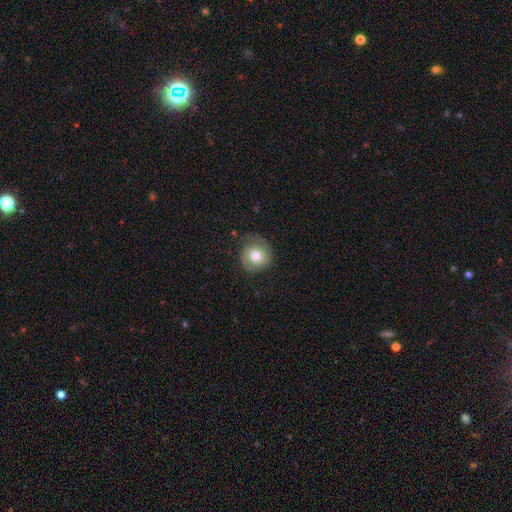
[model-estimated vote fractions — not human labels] Q: Smooth or featured?
A: smooth (52%); runner-up: featured or disk (41%)
Q: How rounded?
A: round (86%); runner-up: in between (13%)
Q: Merging?
A: none (65%); runner-up: minor disturbance (23%)